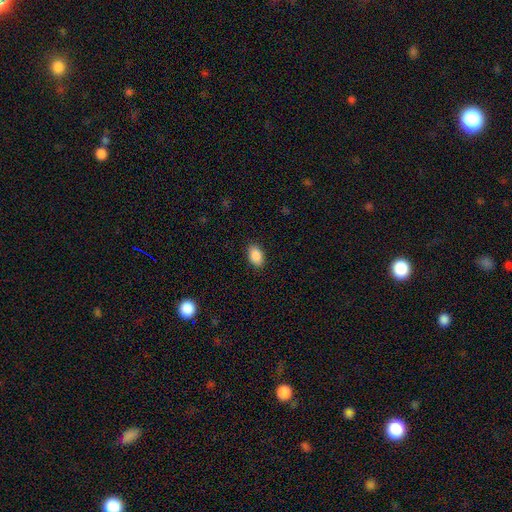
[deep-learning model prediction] smooth-or-featured: smooth: 89% | star or artifact: 7% | featured or disk: 3%
  how-rounded: in between: 89% | round: 9% | cigar-shaped: 1%
  merging: none: 88% | minor disturbance: 9% | major disturbance: 2% | merger: 1%